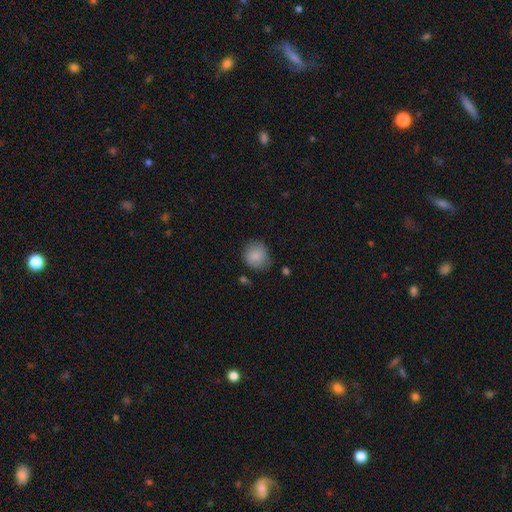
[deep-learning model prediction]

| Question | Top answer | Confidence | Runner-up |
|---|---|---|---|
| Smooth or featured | smooth | 83% | featured or disk (9%) |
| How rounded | round | 79% | in between (20%) |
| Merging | none | 67% | minor disturbance (25%) |